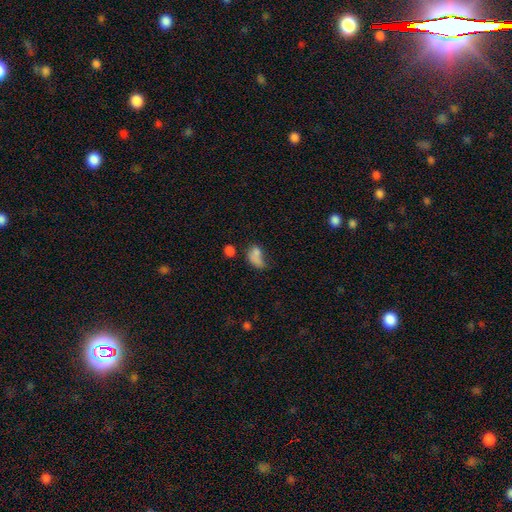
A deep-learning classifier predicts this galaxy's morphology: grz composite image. It shows a smooth galaxy with no disk features (72%) that is in between round and cigar-shaped (82%). Merging: major disturbance (28%).